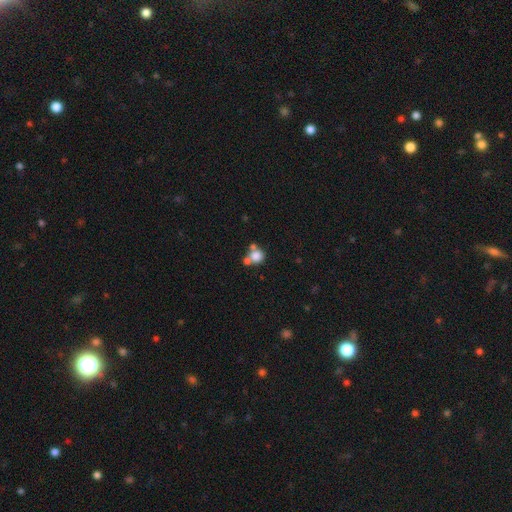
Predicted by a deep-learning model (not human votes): Smooth or featured?
  - smooth: 78% *
  - star or artifact: 11%
  - featured or disk: 11%
How rounded?
  - round: 81% *
  - in between: 18%
  - cigar-shaped: 1%
Merging?
  - none: 44% *
  - merger: 41%
  - minor disturbance: 10%
  - major disturbance: 5%